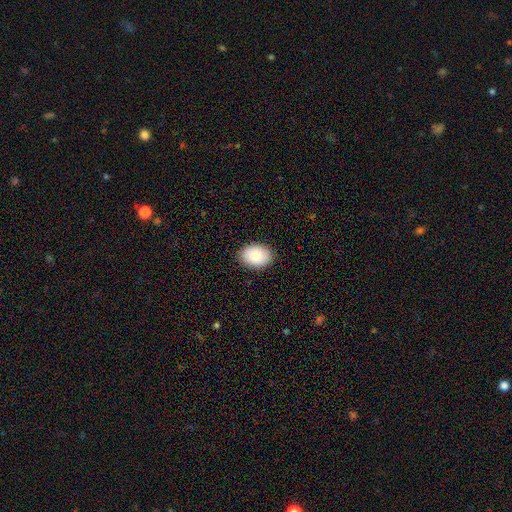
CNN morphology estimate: Smooth or featured? Predicted: smooth (p=0.89). How rounded? Predicted: in between (p=0.83). Merging? Predicted: none (p=0.89).